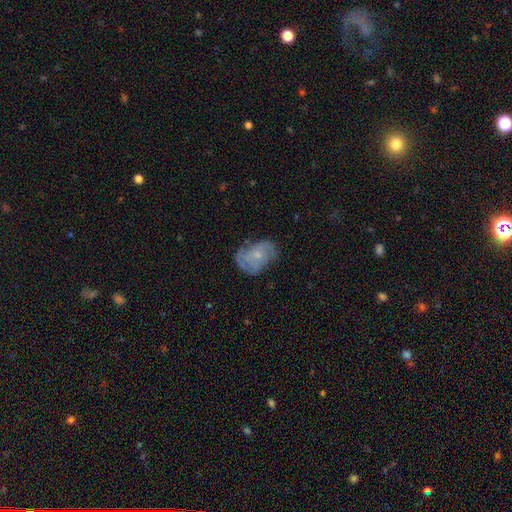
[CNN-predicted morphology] smooth-or-featured: featured or disk: 65% | smooth: 27% | star or artifact: 8%
  disk-edge-on: no: 97% | yes: 3%
    bar: no: 77% | weak: 20% | strong: 3%
    has-spiral-arms: yes: 83% | no: 17%
      spiral-winding: medium: 41% (tied) | tight: 41% (tied) | loose: 18%
      spiral-arm-count: can't tell: 34% | 2: 28% | 3: 21% | 4: 8% | 1: 5% | more than 4: 4%
    bulge-size: small: 65% | moderate: 26% | none: 7% | large: 1% | dominant: 1%
  merging: none: 60% | minor disturbance: 26% | major disturbance: 12% | merger: 2%